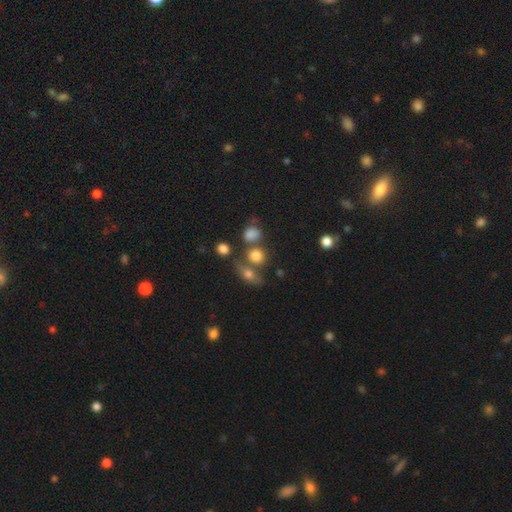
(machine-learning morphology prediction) This appears to be a smooth galaxy with no disk features (77%) that is round (66%). Merging: none (53%).